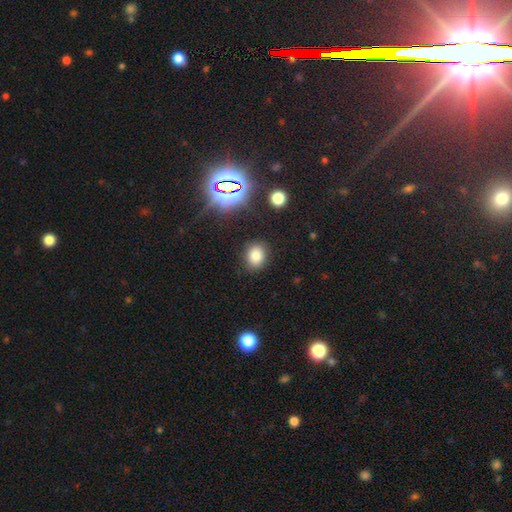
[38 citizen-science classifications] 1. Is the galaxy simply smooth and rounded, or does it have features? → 79% smooth, 11% featured or disk, 11% star or artifact.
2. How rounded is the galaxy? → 60% round, 40% in between, 0% cigar-shaped.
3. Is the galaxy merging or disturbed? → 79% none, 15% minor disturbance, 6% major disturbance, 0% merger.